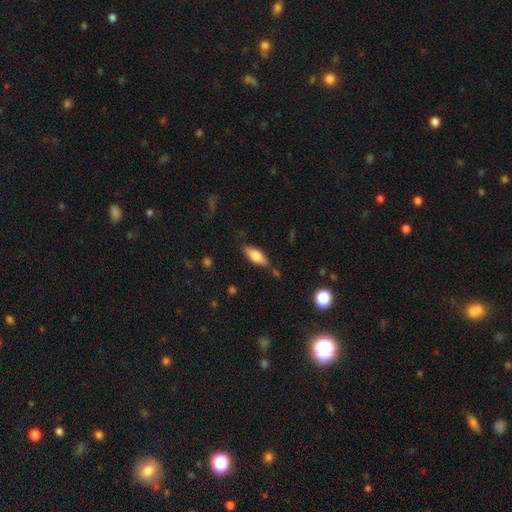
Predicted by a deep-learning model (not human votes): Smooth or featured: smooth — 72% (featured or disk — 21%)
How rounded: in between — 74% (cigar-shaped — 24%)
Merging: none — 77% (minor disturbance — 16%)